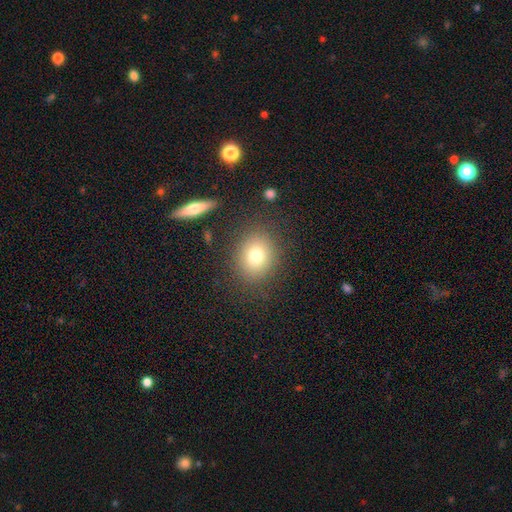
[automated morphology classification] Smooth or featured? smooth (76%)
How rounded? round (65%)
Merging? none (84%)